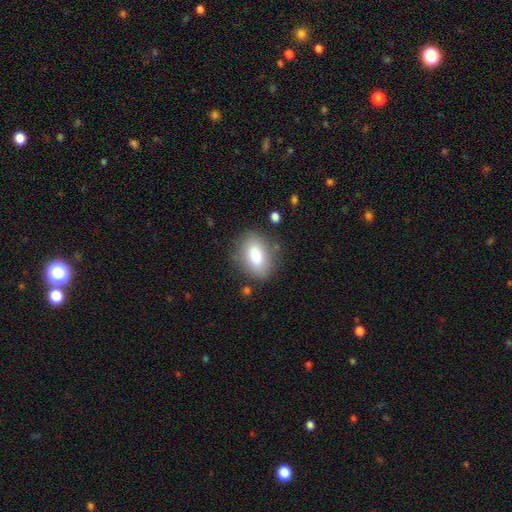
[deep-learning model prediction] The model was most divided on "merging": none: 79%, minor disturbance: 14%, major disturbance: 5%, merger: 3%. More confident: how rounded — in between (85%); smooth or featured — smooth (82%).